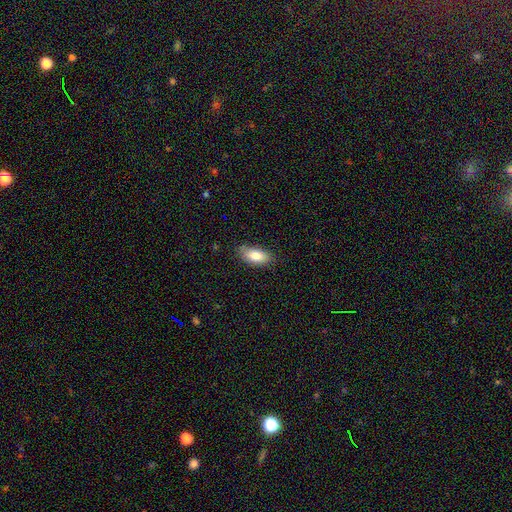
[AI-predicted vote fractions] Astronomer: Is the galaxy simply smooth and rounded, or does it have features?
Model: smooth — 82%.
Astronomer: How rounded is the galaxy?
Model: in between — 88%.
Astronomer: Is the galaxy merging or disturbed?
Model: none — 79%.